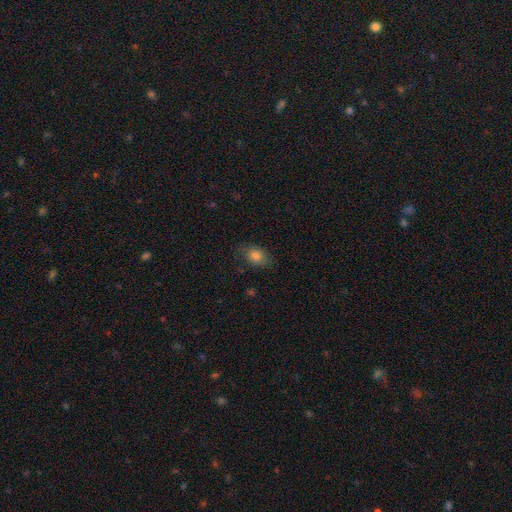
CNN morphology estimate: smooth_or_featured: smooth (p=0.81) [alt: star or artifact p=0.10]
how_rounded: in between (p=0.76) [alt: round p=0.22]
merging: none (p=0.80) [alt: minor disturbance p=0.15]